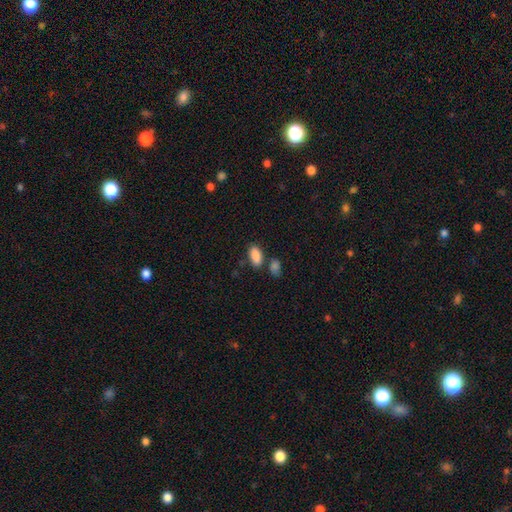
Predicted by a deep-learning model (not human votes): Smooth or featured?
  - smooth: 88% *
  - star or artifact: 8%
  - featured or disk: 5%
How rounded?
  - in between: 91% *
  - cigar-shaped: 6%
  - round: 3%
Merging?
  - none: 69% *
  - merger: 14%
  - minor disturbance: 13%
  - major disturbance: 4%